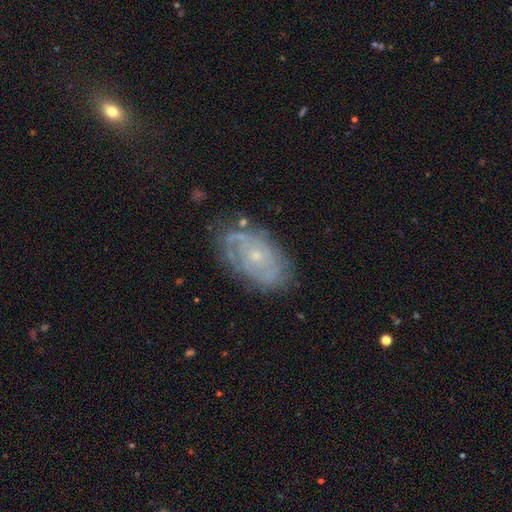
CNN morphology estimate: Overall: featured or disk (75%). Edge-on disk: no (95%). Bar: no (78%). Spiral arms: yes (84%). Spiral arm count: can't tell (48%; 2 28%). Spiral winding: tight (68%). Bulge size: small (76%). Merging: none (73%).